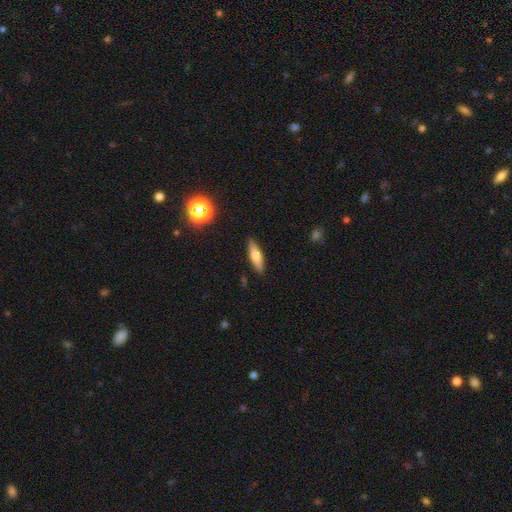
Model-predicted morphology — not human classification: smooth-or-featured: smooth: 62% | featured or disk: 31% | star or artifact: 8%
  how-rounded: cigar-shaped: 66% | in between: 31% | round: 3%
  merging: none: 89% | minor disturbance: 8% | major disturbance: 2% | merger: 1%